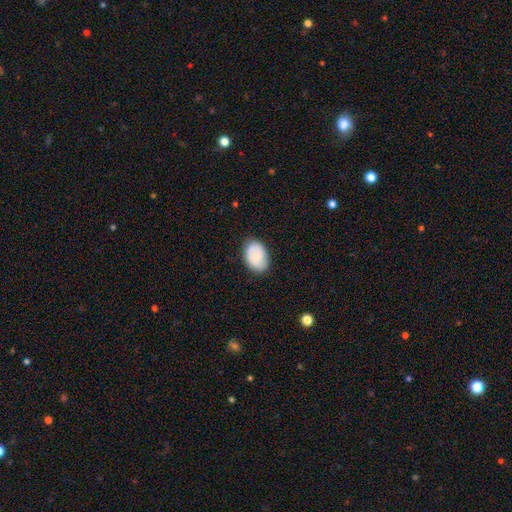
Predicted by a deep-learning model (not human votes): A smooth galaxy with no disk features (76%) that is in between round and cigar-shaped (83%). Merging: none (81%).